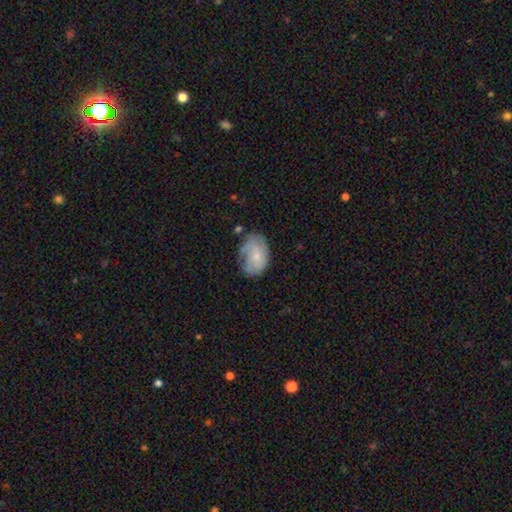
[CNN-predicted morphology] Smooth or featured?
  - featured or disk: 49% *
  - smooth: 43%
  - star or artifact: 8%
Merging?
  - none: 56% *
  - minor disturbance: 29%
  - major disturbance: 13%
  - merger: 3%